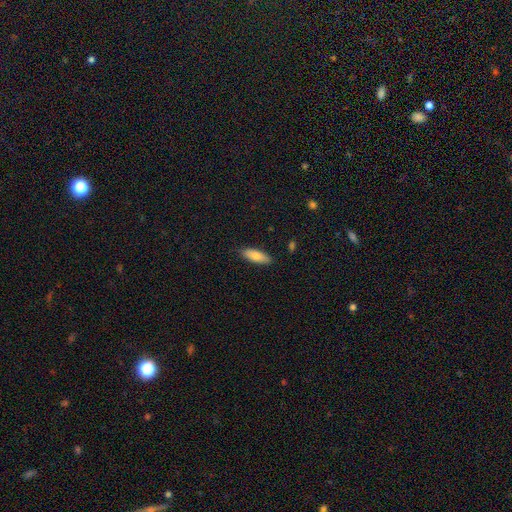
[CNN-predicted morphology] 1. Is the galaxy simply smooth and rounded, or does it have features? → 79% smooth, 15% featured or disk, 6% star or artifact.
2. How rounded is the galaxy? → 64% in between, 34% cigar-shaped, 2% round.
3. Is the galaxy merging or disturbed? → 86% none, 11% minor disturbance, 2% major disturbance, 1% merger.